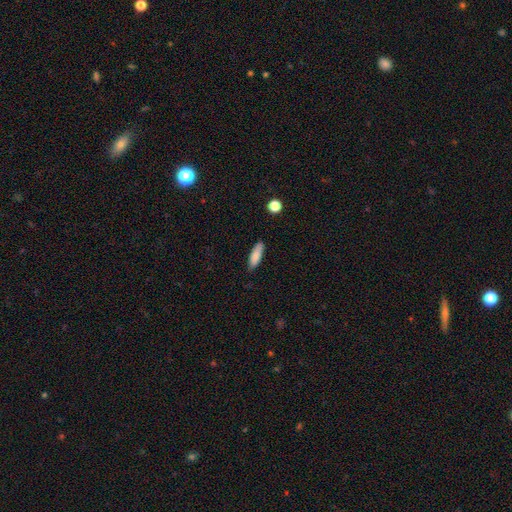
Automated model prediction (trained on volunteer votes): A smooth galaxy with no disk features (84%) that is in between round and cigar-shaped (50%). Merging: none (82%).